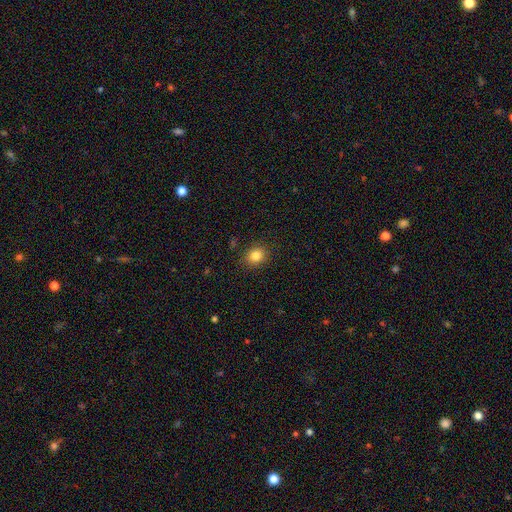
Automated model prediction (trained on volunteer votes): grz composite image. It shows a smooth galaxy with no disk features (83%) that is round (65%). Merging: none (88%).